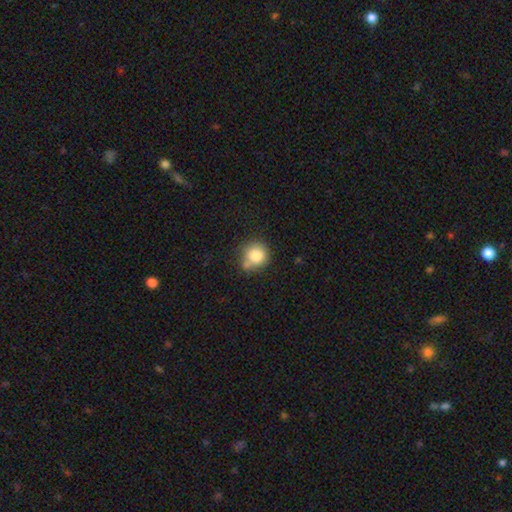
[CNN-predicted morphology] Smooth or featured? Predicted: smooth (p=0.81). How rounded? Predicted: round (p=0.90). Merging? Predicted: none (p=0.60).